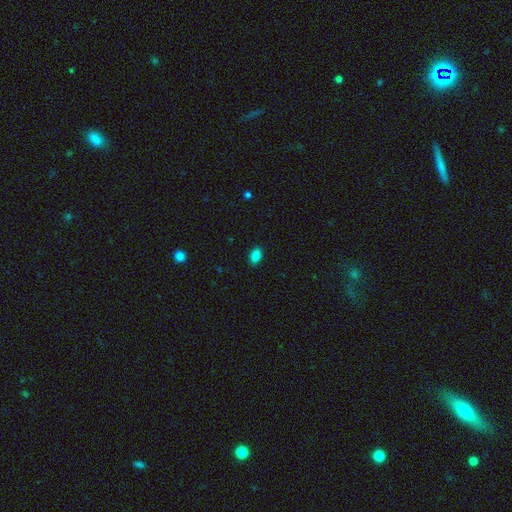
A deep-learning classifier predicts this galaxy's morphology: Overall: smooth (86%). How rounded: in between (88%). Merging: none (88%).